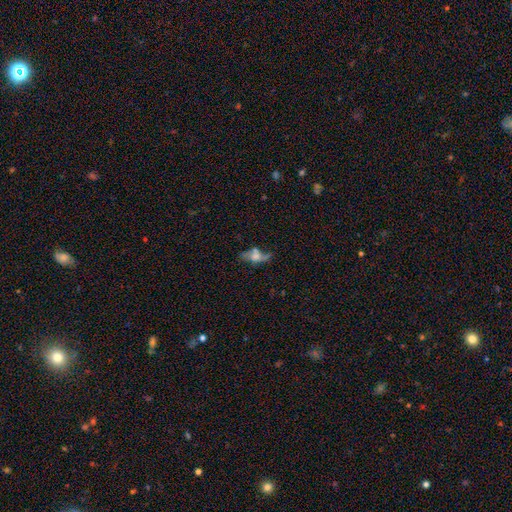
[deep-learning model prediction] Smooth or featured: featured or disk — 46% (smooth — 40%)
Merging: none — 38% (major disturbance — 22%)